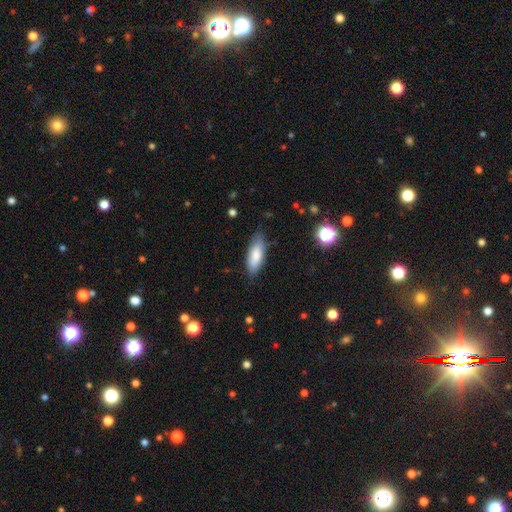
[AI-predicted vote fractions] Smooth or featured?
  - smooth: 83% *
  - featured or disk: 11%
  - star or artifact: 6%
How rounded?
  - in between: 67% *
  - cigar-shaped: 31%
  - round: 2%
Merging?
  - none: 80% *
  - minor disturbance: 16%
  - major disturbance: 3%
  - merger: 1%